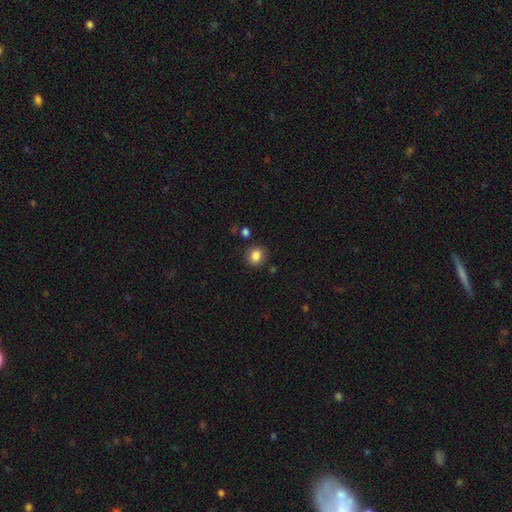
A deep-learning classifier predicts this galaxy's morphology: smooth-or-featured: smooth: 85% | star or artifact: 10% | featured or disk: 4%
  how-rounded: round: 73% | in between: 26% | cigar-shaped: 1%
  merging: none: 85% | minor disturbance: 9% | merger: 3% | major disturbance: 3%